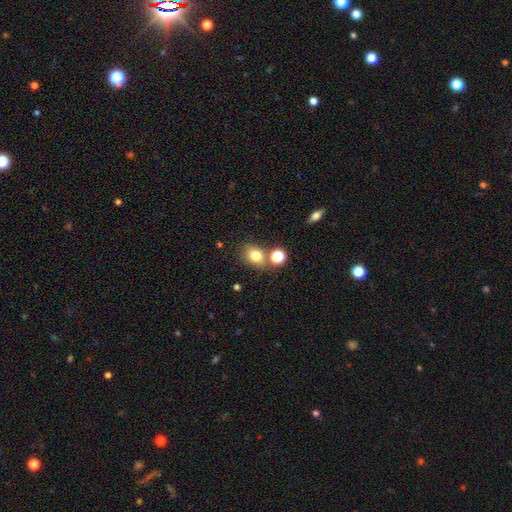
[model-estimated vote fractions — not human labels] Smooth or featured: smooth — 78% (star or artifact — 13%)
How rounded: in between — 51% (round — 48%)
Merging: none — 67% (merger — 16%)